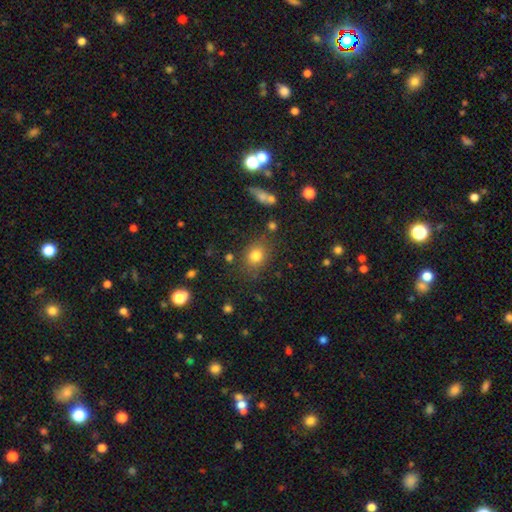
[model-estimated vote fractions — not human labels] Overall: smooth (79%). How rounded: round (56%; in between 43%). Merging: none (78%).